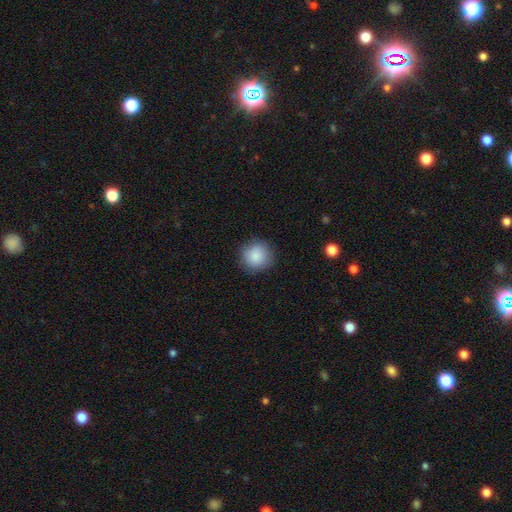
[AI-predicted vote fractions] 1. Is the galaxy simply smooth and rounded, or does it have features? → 87% smooth, 8% star or artifact, 5% featured or disk.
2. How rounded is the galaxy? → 92% round, 7% in between, 1% cigar-shaped.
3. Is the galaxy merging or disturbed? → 87% none, 9% minor disturbance, 2% major disturbance, 1% merger.